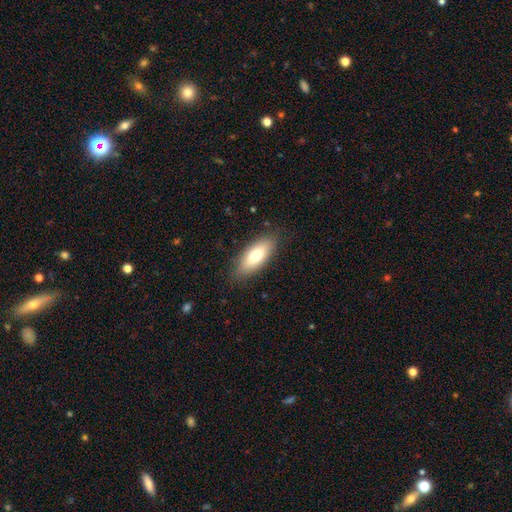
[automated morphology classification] Smooth or featured: smooth — 76% (featured or disk — 17%)
How rounded: in between — 76% (cigar-shaped — 22%)
Merging: none — 84% (minor disturbance — 12%)